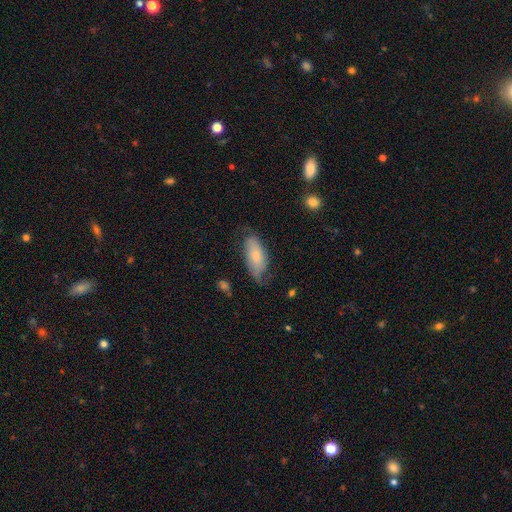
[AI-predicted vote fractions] A smooth galaxy with no disk features (64%) that is in between round and cigar-shaped (87%).

Vote fractions:
- Smooth or featured? smooth: 64% / featured or disk: 29% / star or artifact: 7%
- How rounded? in between: 87% / cigar-shaped: 10% / round: 2%
- Merging? none: 55% / minor disturbance: 32% / major disturbance: 12% / merger: 2%